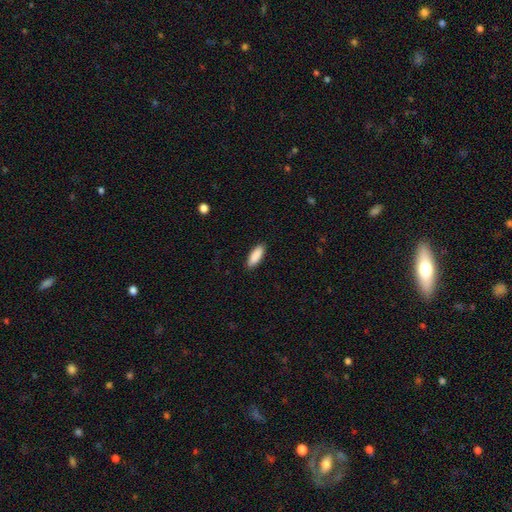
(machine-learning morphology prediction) The model was most divided on "how rounded": in between: 68%, cigar-shaped: 30%, round: 2%. More confident: smooth or featured — smooth (90%); merging — none (89%).